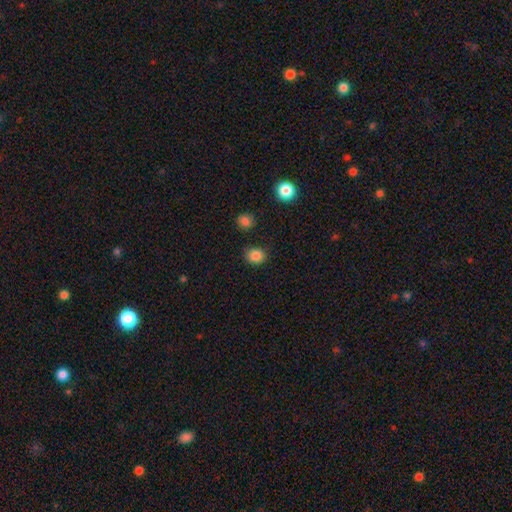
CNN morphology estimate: This appears to be a smooth galaxy with no disk features (85%) that is round (74%). Merging: none (84%).